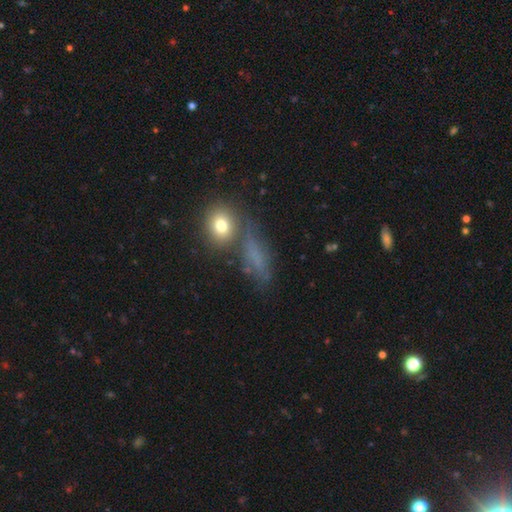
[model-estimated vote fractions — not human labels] Overall: smooth (51%; featured or disk 30%). How rounded: in between (48%; cigar-shaped 37%). Merging: none (55%; minor disturbance 20%).